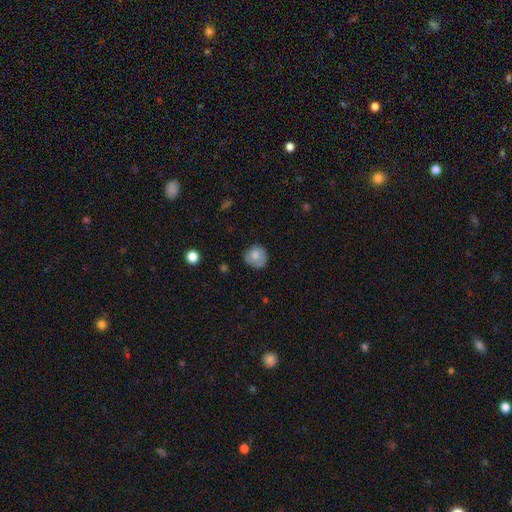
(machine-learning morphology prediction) A smooth galaxy with no disk features (73%) that is round (82%). Merging: none (68%).